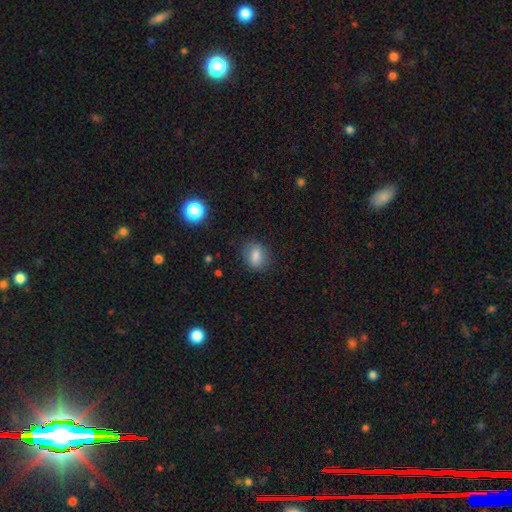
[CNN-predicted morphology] This is clearly a smooth galaxy (80%). How rounded: likely in between (61%). Merging: likely none (78%).